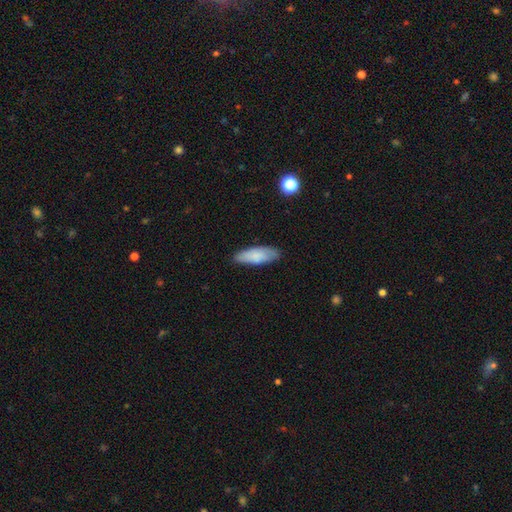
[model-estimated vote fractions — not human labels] Q: Smooth or featured?
A: smooth (80%); runner-up: featured or disk (14%)
Q: How rounded?
A: in between (65%); runner-up: cigar-shaped (33%)
Q: Merging?
A: none (79%); runner-up: minor disturbance (16%)